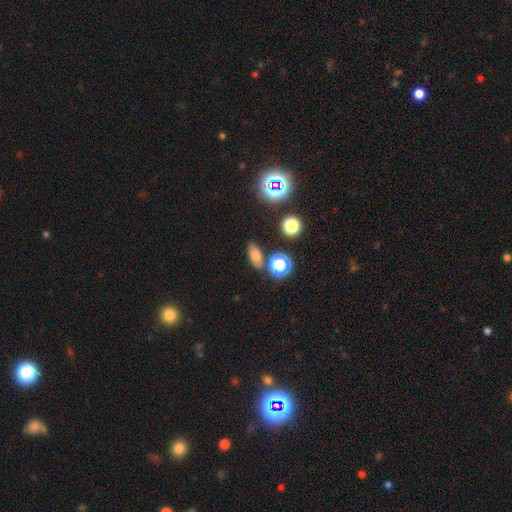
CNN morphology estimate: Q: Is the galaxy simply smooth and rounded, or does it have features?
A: smooth — 67%.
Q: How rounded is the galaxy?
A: in between — 71%.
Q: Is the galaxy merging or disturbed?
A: none — 80%.